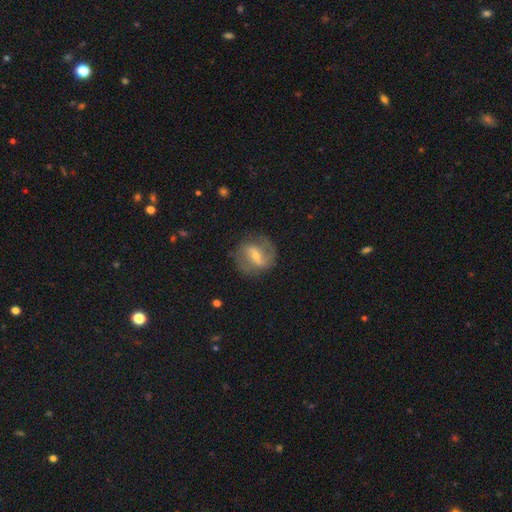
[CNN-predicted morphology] Smooth or featured? featured or disk (72%)
Edge-on disk? no (96%)
Bar? weak (44%)
Spiral arms? yes (82%)
Spiral winding? medium (47%)
Spiral arm count? 2 (82%)
Bulge size? small (52%)
Merging? none (74%)